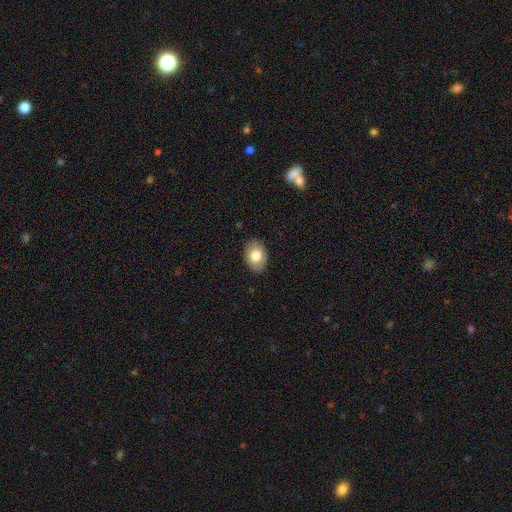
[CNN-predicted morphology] Smooth or featured?
  - smooth: 78% *
  - featured or disk: 15%
  - star or artifact: 7%
How rounded?
  - in between: 82% *
  - round: 17%
  - cigar-shaped: 1%
Merging?
  - none: 86% *
  - minor disturbance: 11%
  - major disturbance: 2%
  - merger: 1%